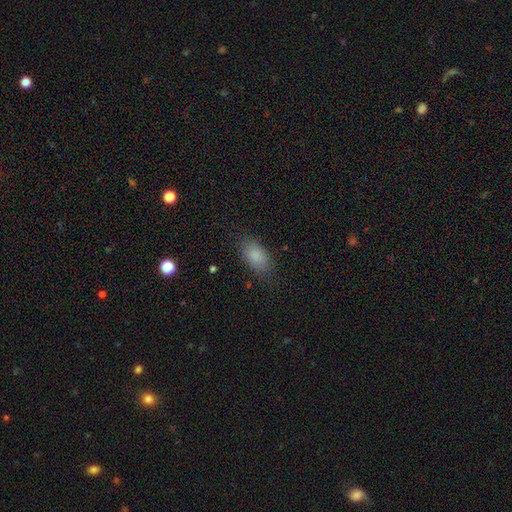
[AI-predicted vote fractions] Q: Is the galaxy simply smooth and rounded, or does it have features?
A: smooth — 87%.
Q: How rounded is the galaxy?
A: in between — 91%.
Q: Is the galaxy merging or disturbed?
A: none — 80%.